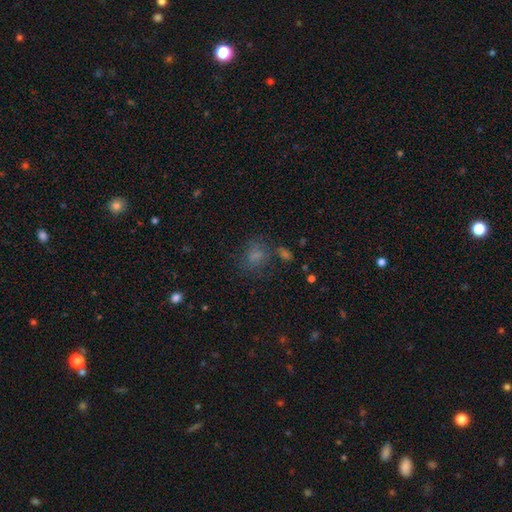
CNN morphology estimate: smooth-or-featured: smooth: 64% | star or artifact: 22% | featured or disk: 14%
  how-rounded: round: 52% | in between: 46% | cigar-shaped: 1%
  merging: none: 61% | minor disturbance: 18% | major disturbance: 13% | merger: 8%